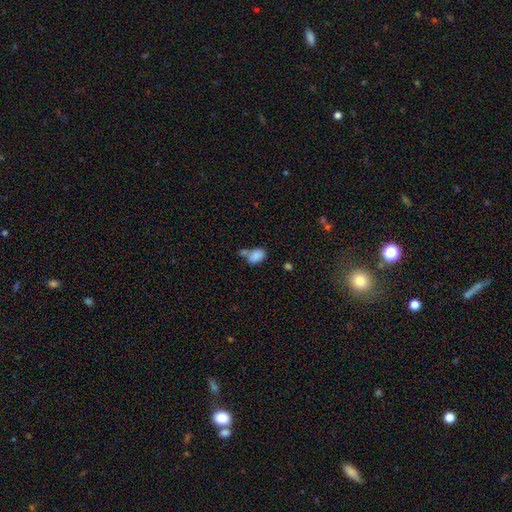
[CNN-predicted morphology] smooth-or-featured: smooth: 84% | star or artifact: 9% | featured or disk: 7%
  how-rounded: in between: 84% | round: 14% | cigar-shaped: 1%
  merging: none: 40% | merger: 36% | minor disturbance: 17% | major disturbance: 7%